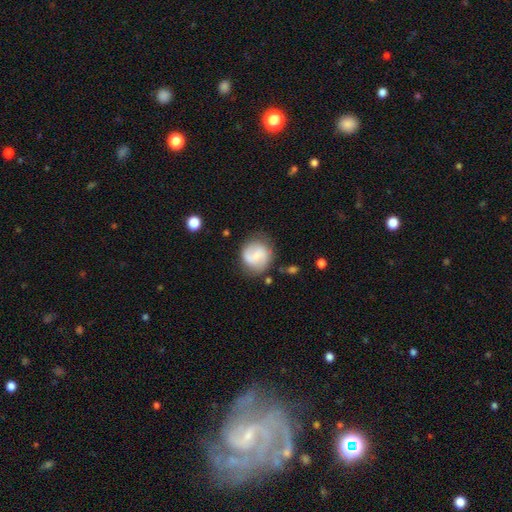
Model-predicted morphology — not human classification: This is possibly a smooth galaxy (49%). Merging: likely none (72%).